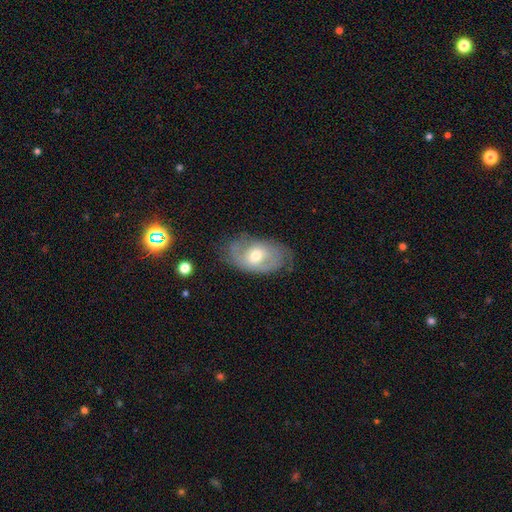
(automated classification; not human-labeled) featured or disk 61%, smooth 32%, star or artifact 7%. Down the decision tree: edge-on disk — no (93%); bar — no (59%); spiral arms — yes (77%); bulge size — moderate (66%); merging — none (66%).